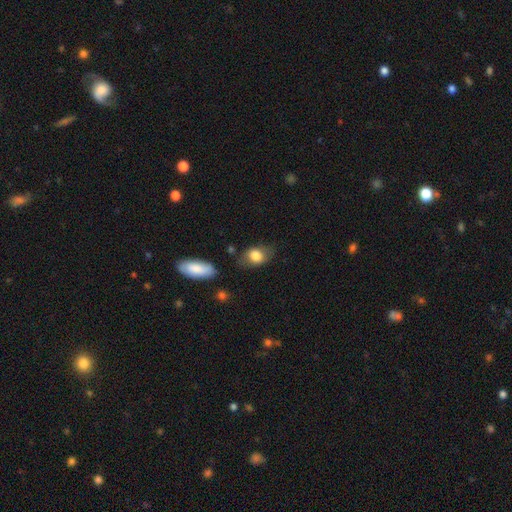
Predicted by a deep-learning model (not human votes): Smooth or featured?
  - smooth: 78% *
  - featured or disk: 15%
  - star or artifact: 7%
How rounded?
  - in between: 80% *
  - round: 18%
  - cigar-shaped: 2%
Merging?
  - none: 67% *
  - minor disturbance: 22%
  - major disturbance: 7%
  - merger: 4%